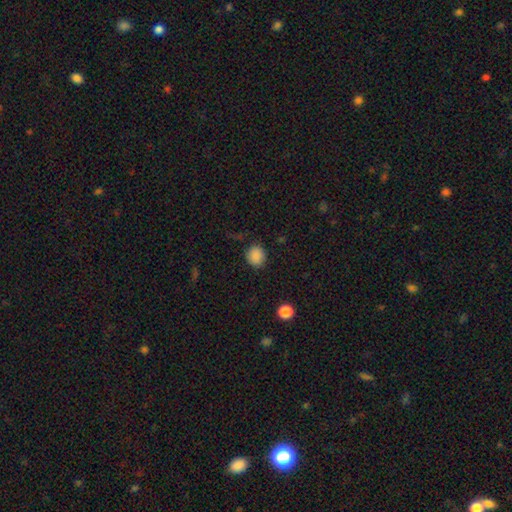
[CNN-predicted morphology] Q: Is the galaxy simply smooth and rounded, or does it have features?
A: smooth — 87%.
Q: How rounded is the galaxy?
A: round — 80%.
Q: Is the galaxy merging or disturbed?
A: none — 87%.